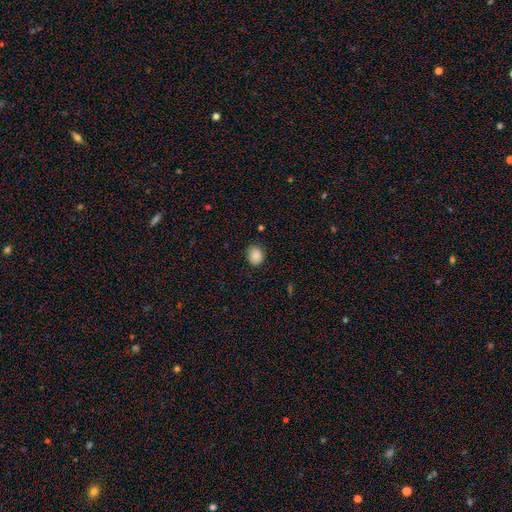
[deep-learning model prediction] smooth-or-featured: smooth: 86% | star or artifact: 9% | featured or disk: 5%
  how-rounded: round: 58% | in between: 41% | cigar-shaped: 1%
  merging: none: 81% | minor disturbance: 15% | major disturbance: 3% | merger: 1%